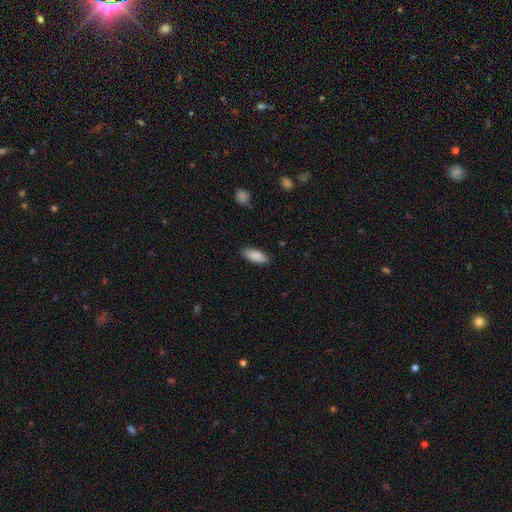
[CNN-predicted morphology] type=smooth (89%); roundness=in between (80%); merging=none (86%).